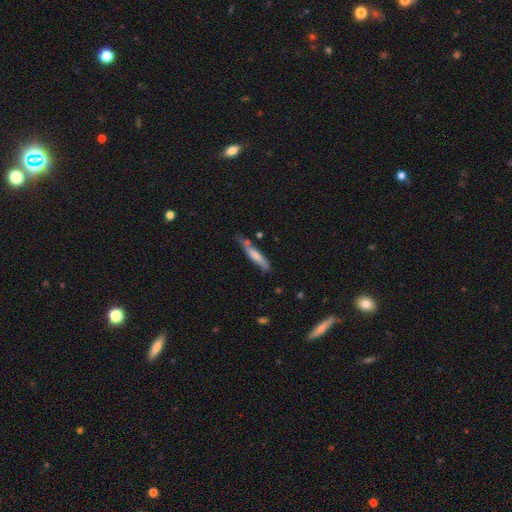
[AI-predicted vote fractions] Q: Smooth or featured?
A: smooth (67%); runner-up: featured or disk (28%)
Q: How rounded?
A: cigar-shaped (88%); runner-up: in between (11%)
Q: Merging?
A: none (62%); runner-up: minor disturbance (25%)